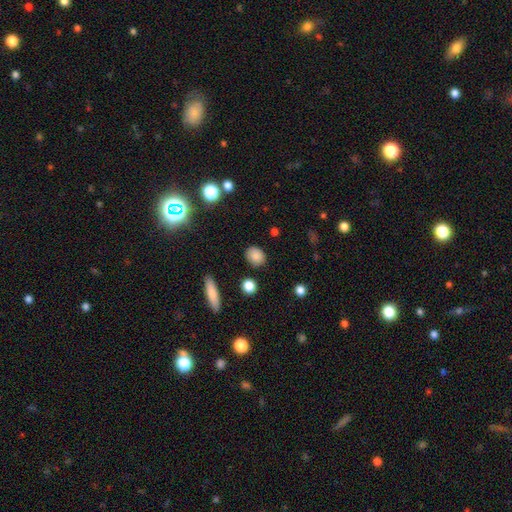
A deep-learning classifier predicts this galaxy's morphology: smooth 85%, star or artifact 10%, featured or disk 5%. Down the decision tree: how rounded — round (61%); merging — none (86%).